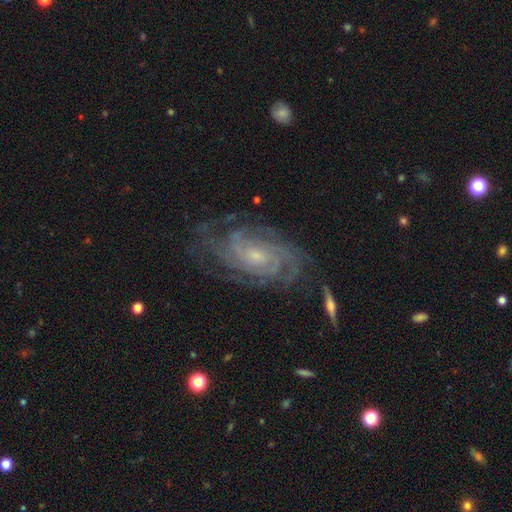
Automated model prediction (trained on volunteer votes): Morphology: type=featured or disk (89%); edge-on=no (96%); bar=no (69%); spiral arms=yes (97%); winding=tight (73%); arm count=can't tell (29%); bulge=small (67%); merging=none (73%).